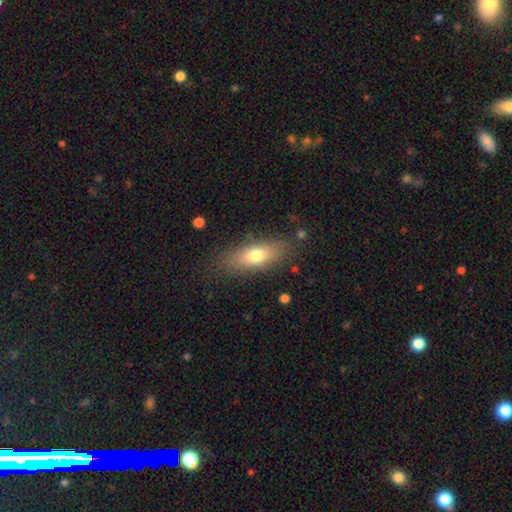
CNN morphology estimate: Smooth or featured? Predicted: smooth (p=0.71). How rounded? Predicted: in between (p=0.71). Merging? Predicted: none (p=0.80).